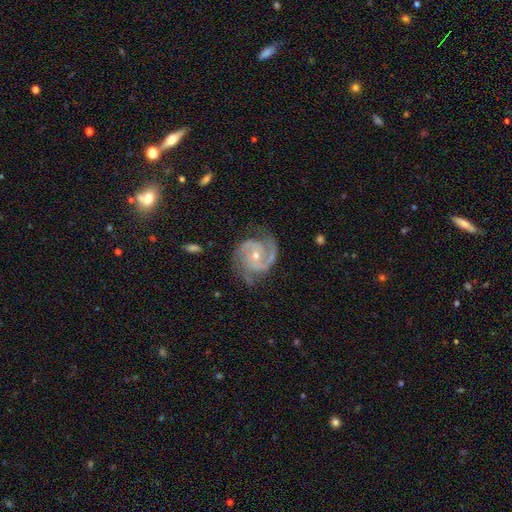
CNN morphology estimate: Smooth or featured: featured or disk — 91% (star or artifact — 5%)
Edge-on disk: no — 98% (yes — 2%)
Bar: no — 64% (weak — 27%)
Spiral arms: yes — 98% (no — 2%)
Spiral winding: medium — 48% (tight — 44%)
Spiral arm count: 2 — 68% (3 — 19%)
Bulge size: small — 57% (moderate — 40%)
Merging: none — 74% (minor disturbance — 18%)